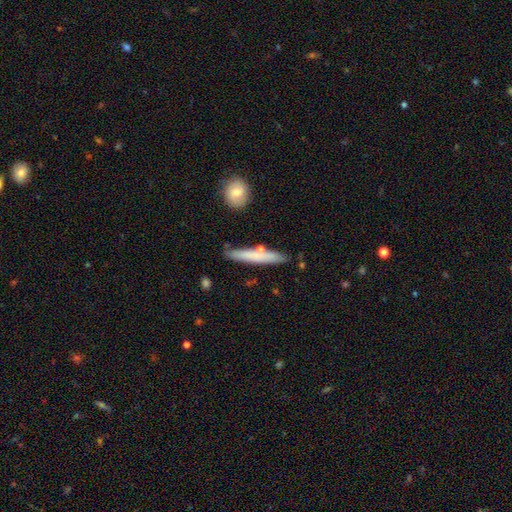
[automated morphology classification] Q: Smooth or featured?
A: smooth (63%); runner-up: featured or disk (31%)
Q: How rounded?
A: cigar-shaped (93%); runner-up: in between (6%)
Q: Merging?
A: none (80%); runner-up: minor disturbance (13%)